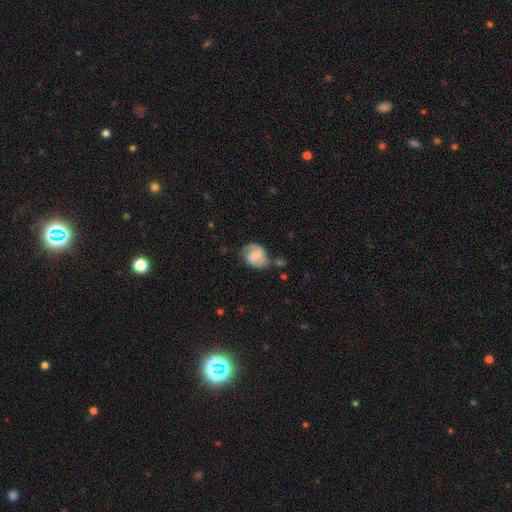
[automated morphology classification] This is likely a featured or disk galaxy (61%). It is clearly not viewed edge-on (98%). Bar: possibly weak (47%). Spiral arm pattern: clearly yes (91%). Spiral arm count: clearly 2 (83%). Spiral winding: possibly medium (48%). Central bulge: possibly small (46%). Merging: likely none (61%).